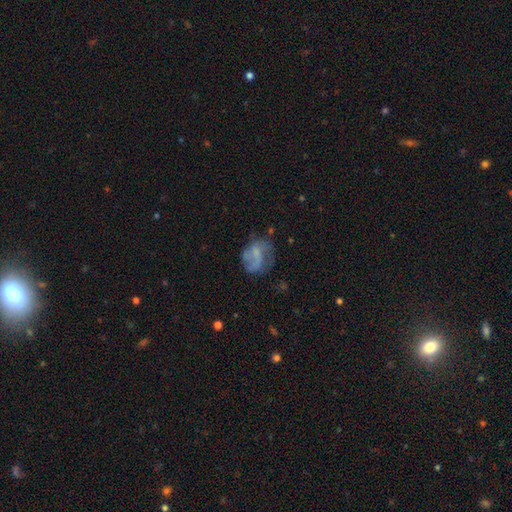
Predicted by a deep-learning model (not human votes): This appears to be a featured or disk galaxy (45%). Merging: none (42%).